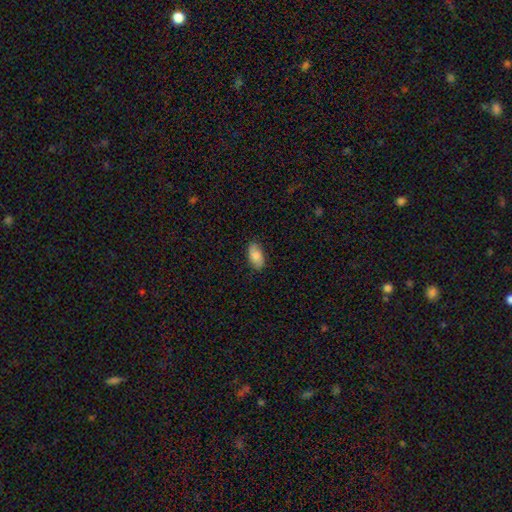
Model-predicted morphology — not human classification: smooth 79%, featured or disk 14%, star or artifact 7%. Down the decision tree: how rounded — in between (93%); merging — none (84%).